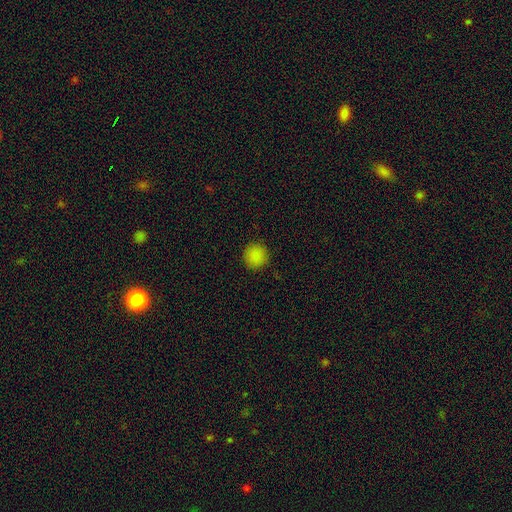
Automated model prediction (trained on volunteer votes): This is clearly a smooth galaxy (86%). How rounded: clearly round (93%). Merging: clearly none (91%).